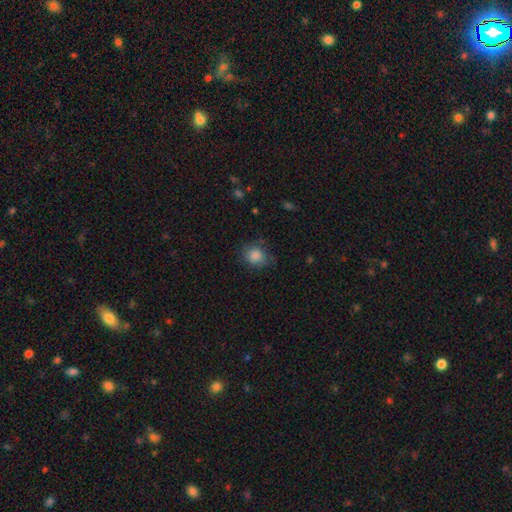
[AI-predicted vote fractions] Q: Smooth or featured?
A: smooth (86%); runner-up: star or artifact (9%)
Q: How rounded?
A: round (79%); runner-up: in between (20%)
Q: Merging?
A: none (71%); runner-up: minor disturbance (21%)